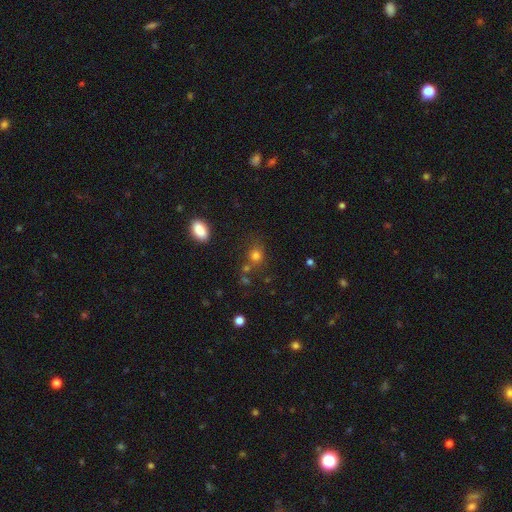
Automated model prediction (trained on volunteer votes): Smooth or featured? Predicted: smooth (p=0.77). How rounded? Predicted: round (p=0.72). Merging? Predicted: none (p=0.67).